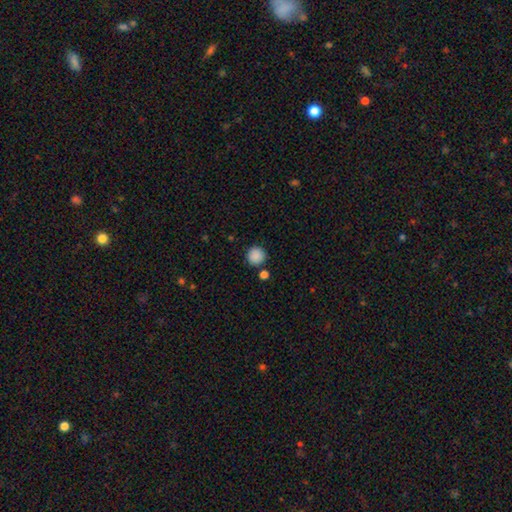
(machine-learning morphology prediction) Smooth or featured?
  - smooth: 88% *
  - star or artifact: 9%
  - featured or disk: 3%
How rounded?
  - round: 94% *
  - in between: 5%
  - cigar-shaped: 1%
Merging?
  - none: 84% *
  - minor disturbance: 8%
  - merger: 6%
  - major disturbance: 3%